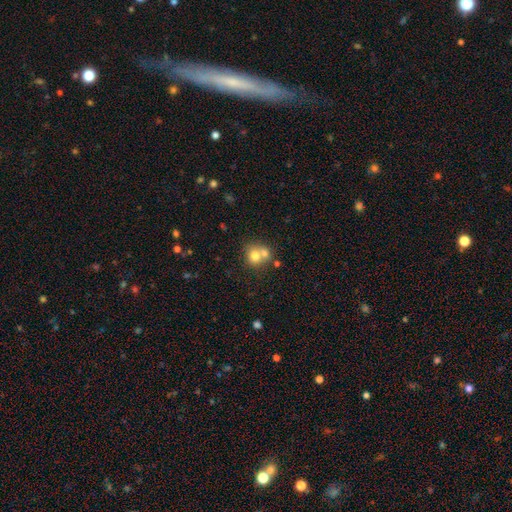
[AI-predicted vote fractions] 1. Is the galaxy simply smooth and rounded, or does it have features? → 73% smooth, 16% featured or disk, 11% star or artifact.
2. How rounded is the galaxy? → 79% round, 20% in between, 1% cigar-shaped.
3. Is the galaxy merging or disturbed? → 53% merger, 37% none, 7% minor disturbance, 3% major disturbance.